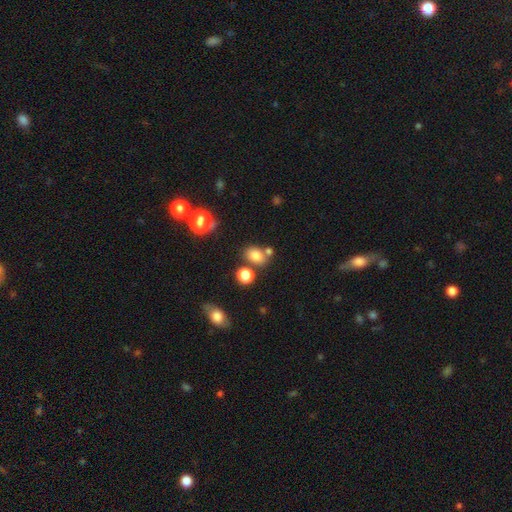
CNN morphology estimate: Smooth or featured? smooth (79%)
How rounded? in between (66%)
Merging? none (65%)